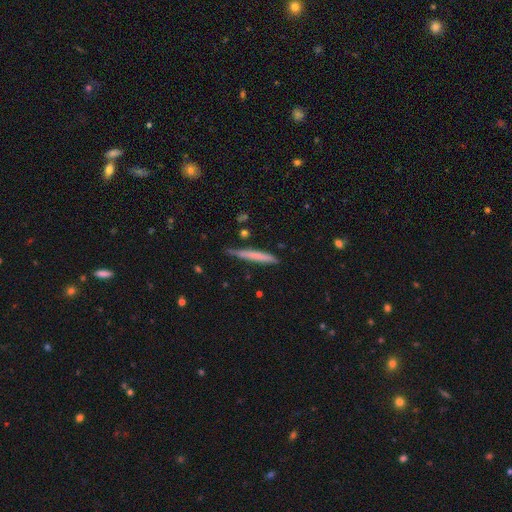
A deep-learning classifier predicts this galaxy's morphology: Q: Smooth or featured?
A: smooth (65%); runner-up: featured or disk (29%)
Q: How rounded?
A: cigar-shaped (96%); runner-up: in between (3%)
Q: Merging?
A: none (76%); runner-up: minor disturbance (19%)